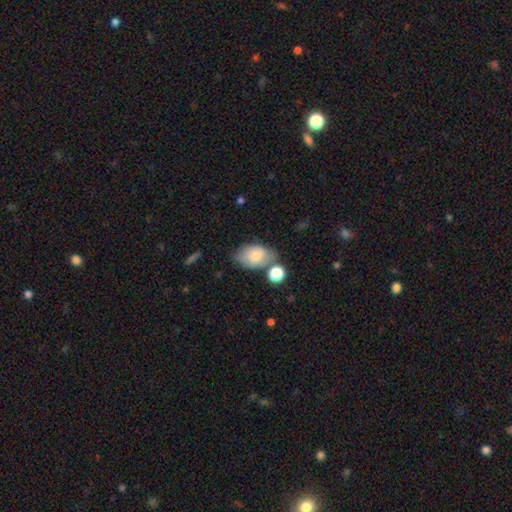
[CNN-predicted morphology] type=smooth (73%); roundness=in between (87%); merging=none (56%).